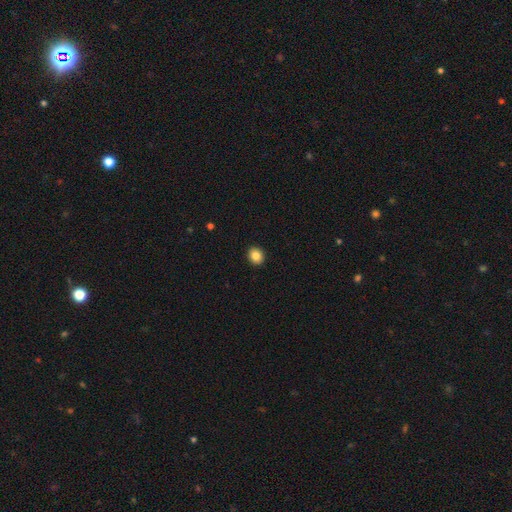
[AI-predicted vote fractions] Smooth or featured? smooth (85%)
How rounded? round (73%)
Merging? none (93%)